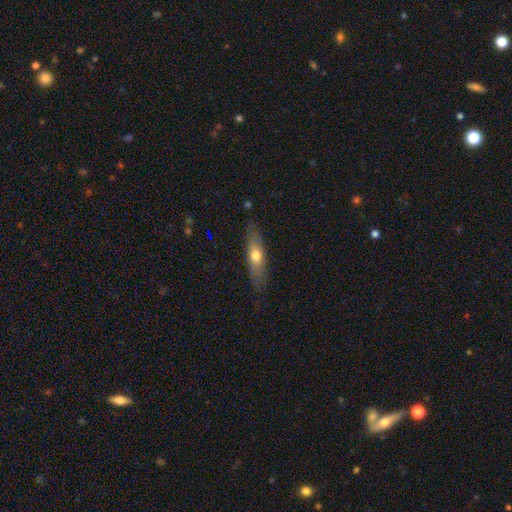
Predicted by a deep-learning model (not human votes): This is possibly a smooth galaxy (59%). How rounded: possibly cigar-shaped (56%). Merging: likely none (79%).